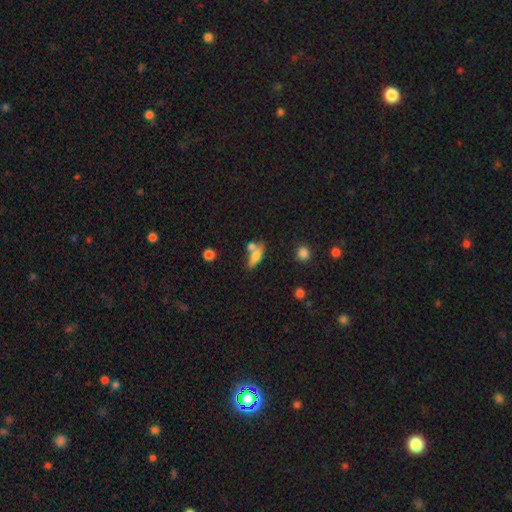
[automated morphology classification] A smooth galaxy with no disk features (67%) that is in between round and cigar-shaped (53%). Merging: none (53%).